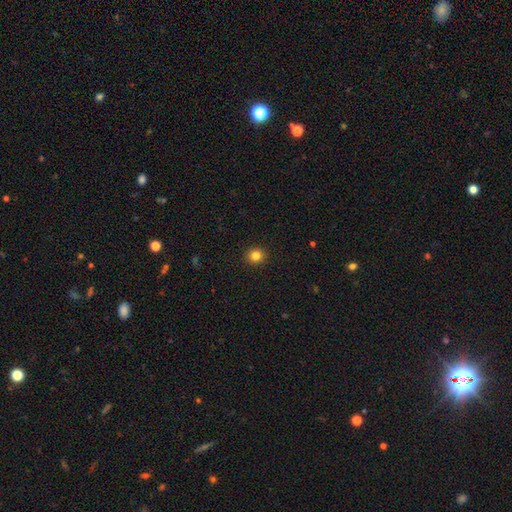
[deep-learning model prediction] A smooth galaxy with no disk features (82%) that is round (90%).

Vote fractions:
- Smooth or featured? smooth: 82% / star or artifact: 13% / featured or disk: 5%
- How rounded? round: 90% / in between: 9% / cigar-shaped: 1%
- Merging? none: 93% / minor disturbance: 5% / major disturbance: 2% / merger: 1%